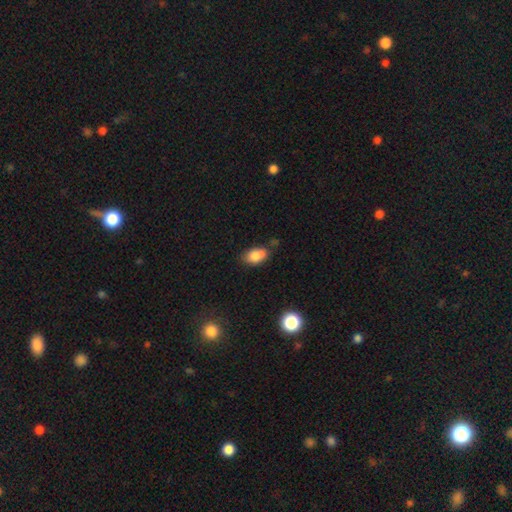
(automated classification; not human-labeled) smooth 82%, featured or disk 9%, star or artifact 8%. Down the decision tree: how rounded — in between (89%); merging — none (61%).